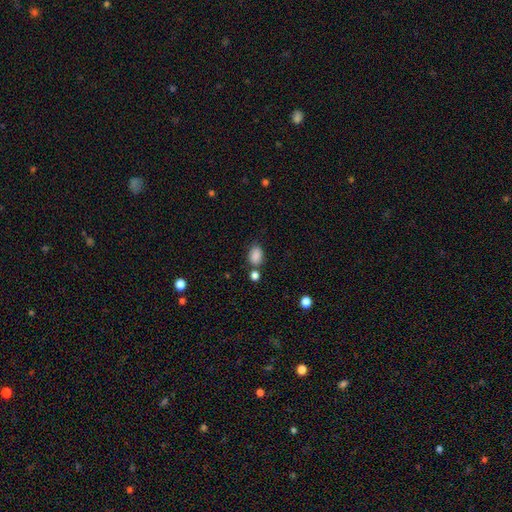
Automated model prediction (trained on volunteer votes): The model was most divided on "how rounded": in between: 75%, round: 24%, cigar-shaped: 1%. More confident: smooth or featured — smooth (86%); merging — none (66%).